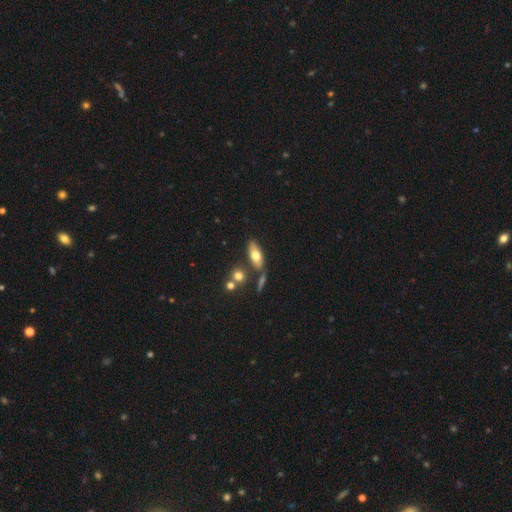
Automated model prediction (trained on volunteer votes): A smooth galaxy with no disk features (66%) that is in between round and cigar-shaped (77%). Merging: none (67%).